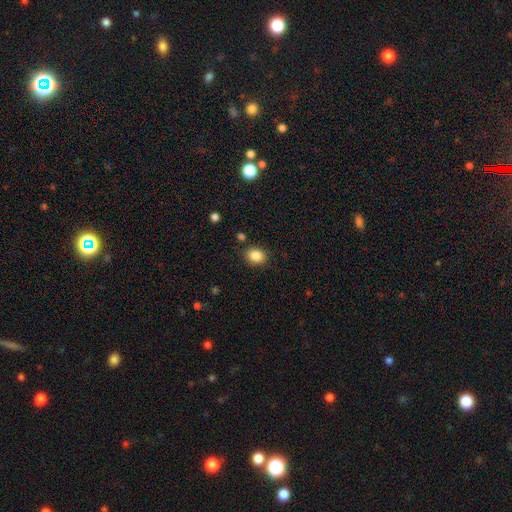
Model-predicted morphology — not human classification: A smooth galaxy with no disk features (85%) that is round (55%). Merging: none (86%).